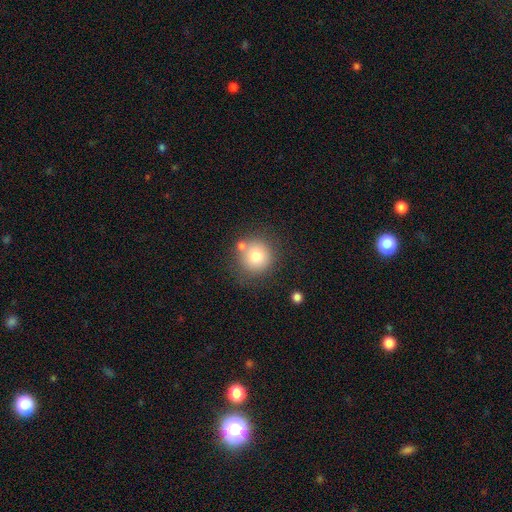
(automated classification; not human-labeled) This is likely a smooth galaxy (77%). How rounded: clearly round (93%). Merging: likely none (70%).